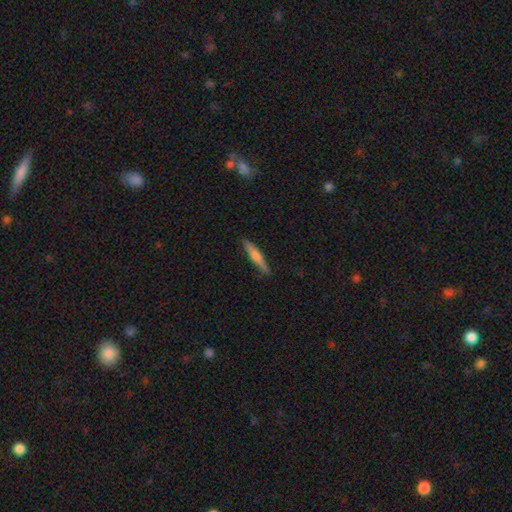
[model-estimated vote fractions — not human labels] This is possibly a smooth galaxy (54%). How rounded: clearly cigar-shaped (93%). Merging: clearly none (90%).